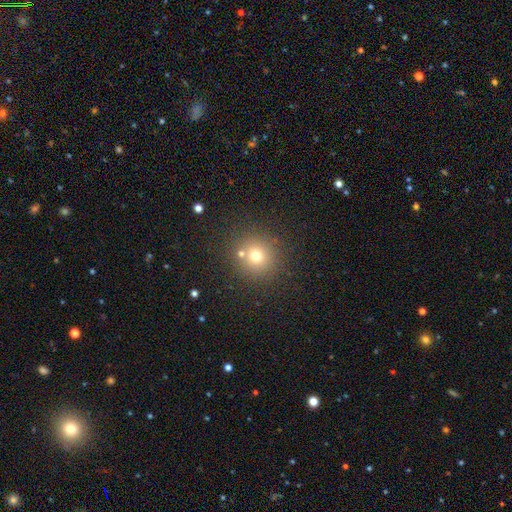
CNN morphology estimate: Smooth or featured? Predicted: smooth (p=0.70). How rounded? Predicted: round (p=0.92). Merging? Predicted: none (p=0.78).